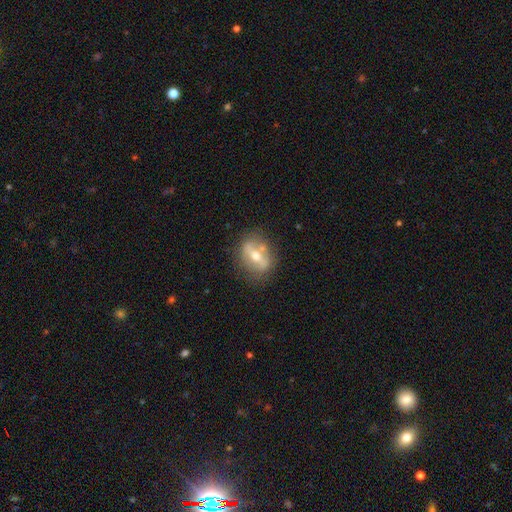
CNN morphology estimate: Smooth or featured? Predicted: featured or disk (p=0.64). Edge-on disk? Predicted: no (p=0.78). Merging? Predicted: none (p=0.73).